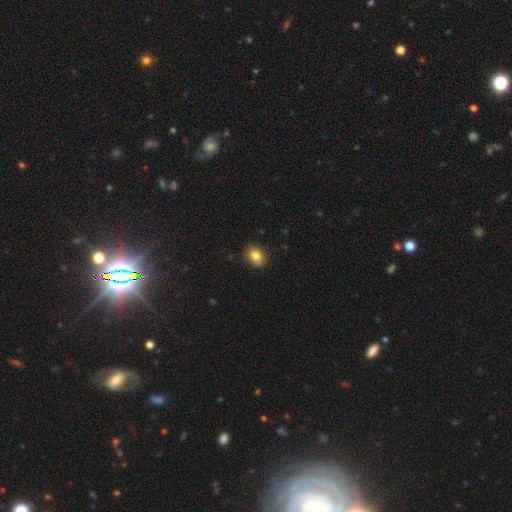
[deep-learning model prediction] Overall: smooth (83%). How rounded: in between (62%; round 37%). Merging: none (85%).